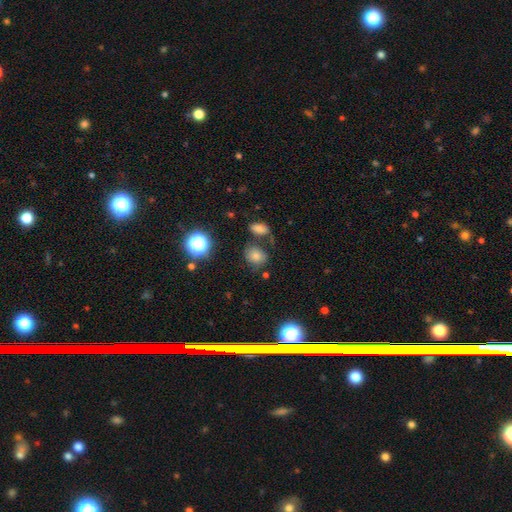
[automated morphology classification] Smooth or featured?
  - smooth: 74% *
  - star or artifact: 17%
  - featured or disk: 9%
How rounded?
  - round: 55% *
  - in between: 44%
  - cigar-shaped: 1%
Merging?
  - none: 65% *
  - minor disturbance: 17%
  - merger: 12%
  - major disturbance: 6%